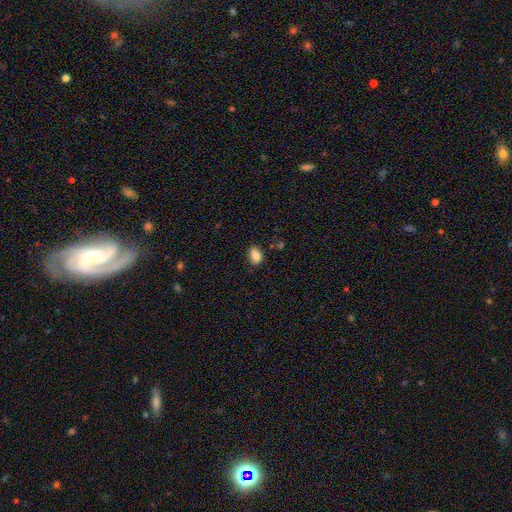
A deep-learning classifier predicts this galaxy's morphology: Smooth or featured? smooth (86%)
How rounded? in between (79%)
Merging? none (76%)